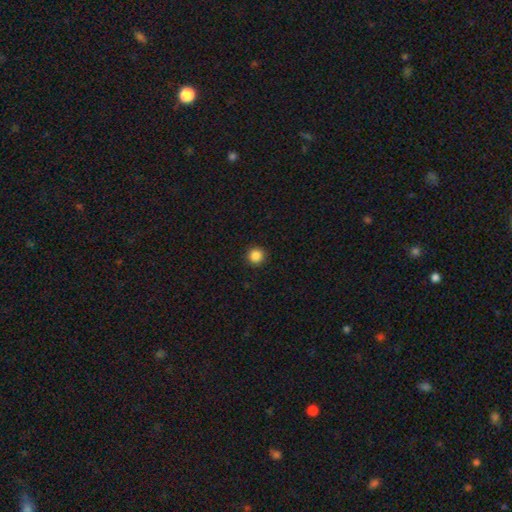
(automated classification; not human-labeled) smooth-or-featured: smooth: 86% | star or artifact: 11% | featured or disk: 3%
  how-rounded: round: 96% | in between: 3% | cigar-shaped: 1%
  merging: none: 93% | minor disturbance: 4% | major disturbance: 2% | merger: 1%